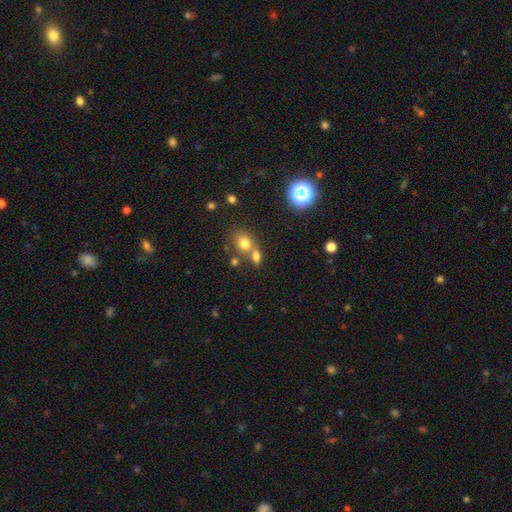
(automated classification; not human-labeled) Smooth or featured? smooth (72%)
How rounded? round (56%)
Merging? none (45%)